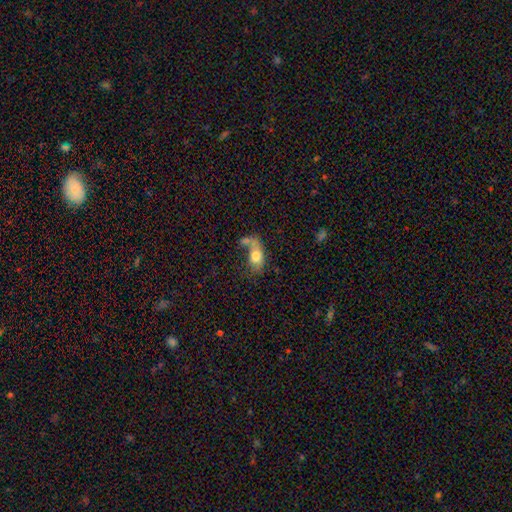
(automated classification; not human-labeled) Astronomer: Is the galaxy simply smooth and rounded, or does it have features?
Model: smooth — 70%.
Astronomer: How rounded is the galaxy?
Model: in between — 78%.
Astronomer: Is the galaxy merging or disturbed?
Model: merger — 35% (runner-up: major disturbance, 26%).